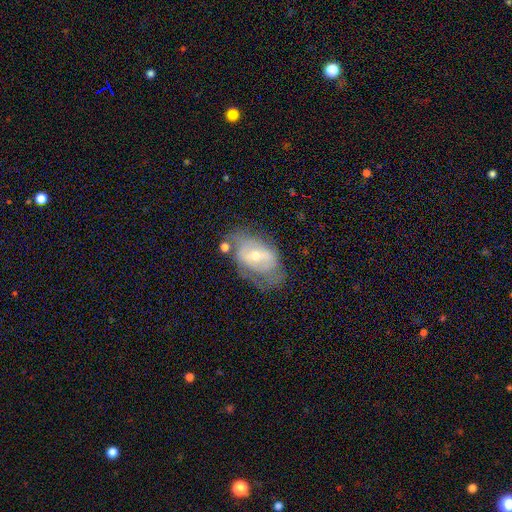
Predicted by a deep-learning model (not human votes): The model was most divided on "bulge size": small: 49%, moderate: 47%, large: 2%, none: 1%, dominant: 1%. Remaining: edge-on disk — no (94%); smooth or featured — featured or disk (70%); spiral arms — yes (66%); merging — none (48%); bar — weak (43%).